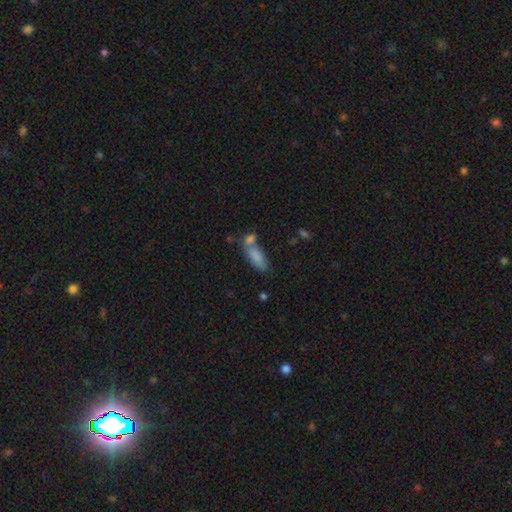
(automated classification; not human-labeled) Smooth or featured: smooth — 83% (featured or disk — 9%)
How rounded: in between — 77% (cigar-shaped — 21%)
Merging: none — 41% (merger — 38%)